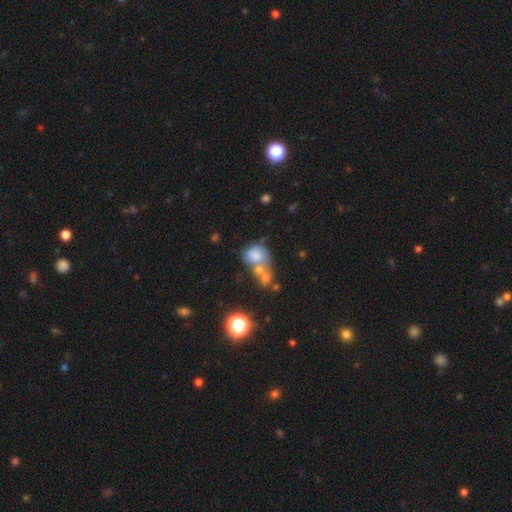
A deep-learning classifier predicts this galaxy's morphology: Smooth or featured? smooth (69%)
How rounded? round (61%)
Merging? merger (57%)